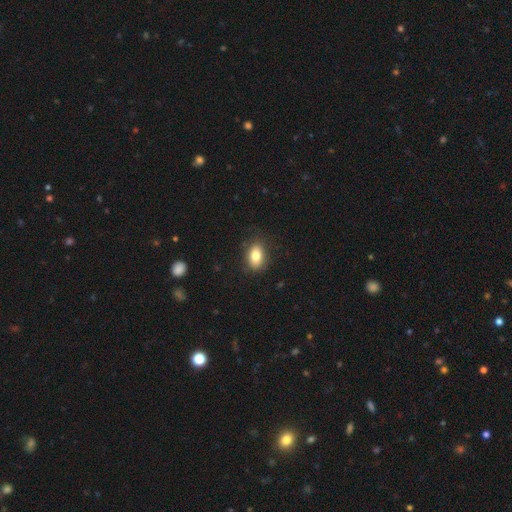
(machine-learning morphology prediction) smooth-or-featured: smooth: 82% | featured or disk: 10% | star or artifact: 8%
  how-rounded: in between: 85% | round: 13% | cigar-shaped: 2%
  merging: none: 84% | minor disturbance: 12% | major disturbance: 3% | merger: 1%